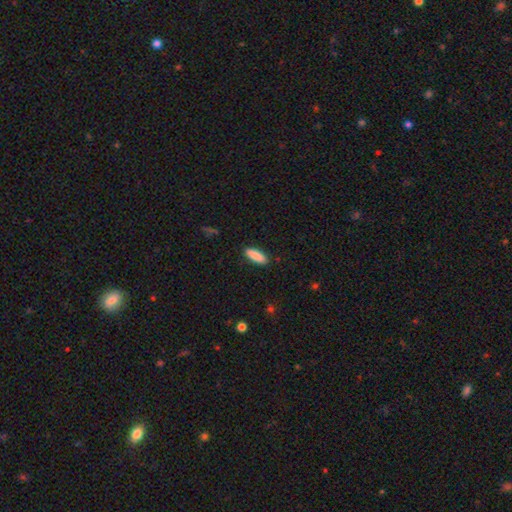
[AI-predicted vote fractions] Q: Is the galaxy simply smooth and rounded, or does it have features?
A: smooth — 89%.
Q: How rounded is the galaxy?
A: in between — 64%.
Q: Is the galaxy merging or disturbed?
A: none — 89%.